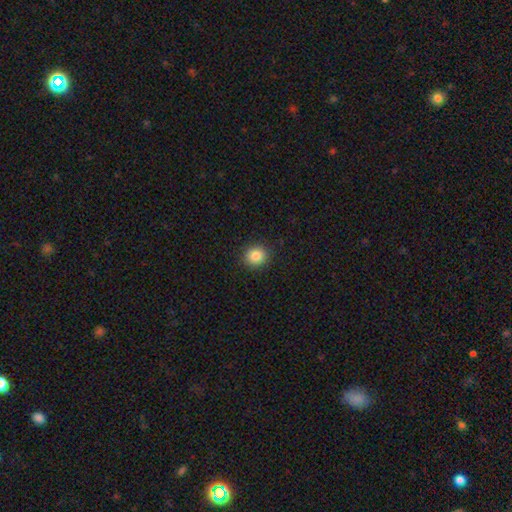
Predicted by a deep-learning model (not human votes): Smooth or featured?
  - smooth: 85% *
  - star or artifact: 10%
  - featured or disk: 5%
How rounded?
  - round: 86% *
  - in between: 13%
  - cigar-shaped: 1%
Merging?
  - none: 91% *
  - minor disturbance: 6%
  - major disturbance: 2%
  - merger: 1%